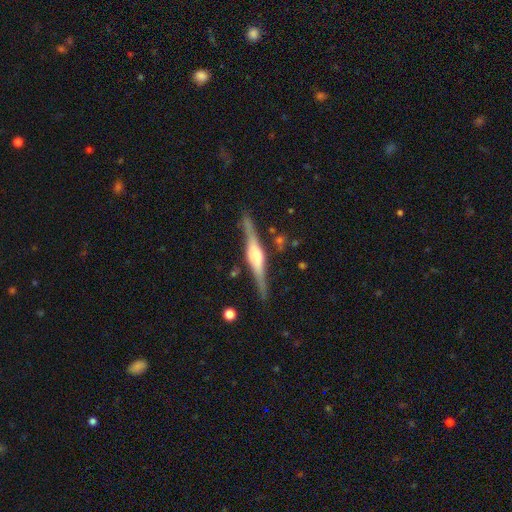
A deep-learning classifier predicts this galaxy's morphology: smooth_or_featured: featured or disk (p=0.79) [alt: smooth p=0.15]
disk_edge_on: yes (p=0.97) [alt: no p=0.03]
edge_on_bulge: rounded (p=0.72) [alt: boxy p=0.24]
merging: none (p=0.85) [alt: minor disturbance p=0.11]